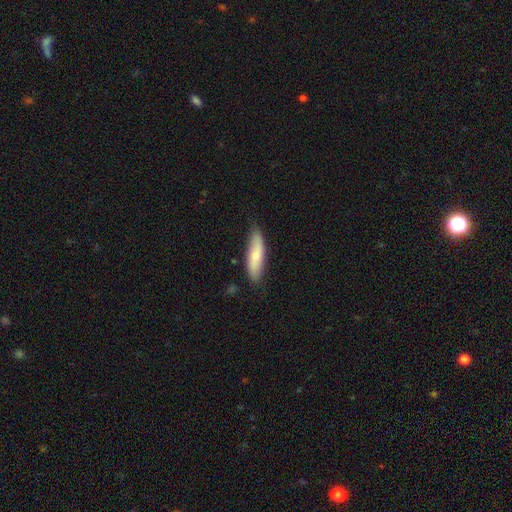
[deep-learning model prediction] This appears to be a smooth galaxy with no disk features (71%) that is cigar-shaped (60%). Merging: none (80%).